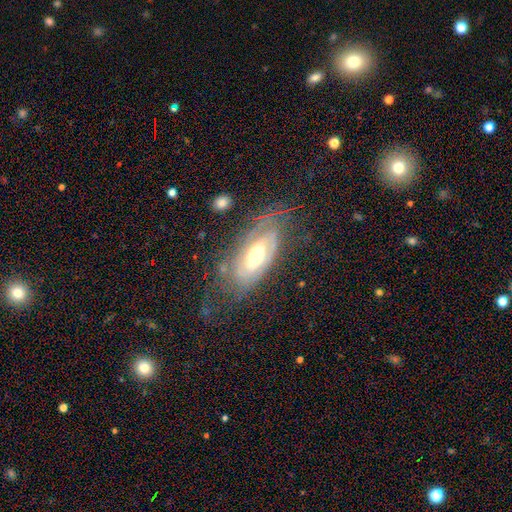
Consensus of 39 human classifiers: A featured or disk galaxy (90%) with no bar (52%), 2 (67%) tight (63%) spiral arms (97%) and a moderate central bulge (55%). Merging: none (54%).